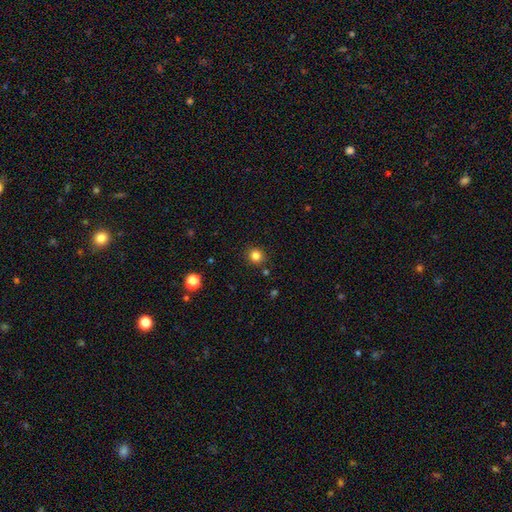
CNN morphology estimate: smooth-or-featured: smooth: 83% | star or artifact: 13% | featured or disk: 5%
  how-rounded: round: 90% | in between: 9% | cigar-shaped: 1%
  merging: none: 89% | minor disturbance: 7% | merger: 2% | major disturbance: 2%